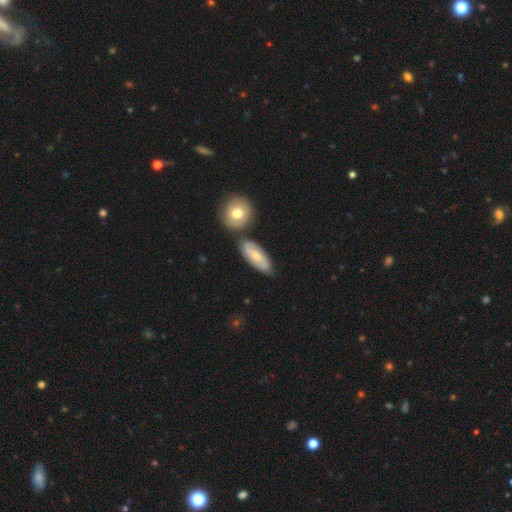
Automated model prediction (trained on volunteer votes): smooth-or-featured: smooth: 49% | featured or disk: 45% | star or artifact: 6%
  merging: none: 68% | minor disturbance: 16% | merger: 13% | major disturbance: 4%